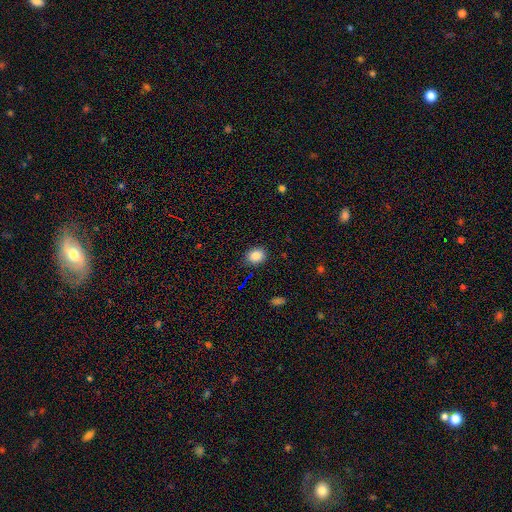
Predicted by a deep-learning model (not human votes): Smooth or featured?
  - smooth: 86% *
  - star or artifact: 10%
  - featured or disk: 4%
How rounded?
  - round: 51% *
  - in between: 48%
  - cigar-shaped: 1%
Merging?
  - none: 87% *
  - minor disturbance: 9%
  - major disturbance: 3%
  - merger: 1%